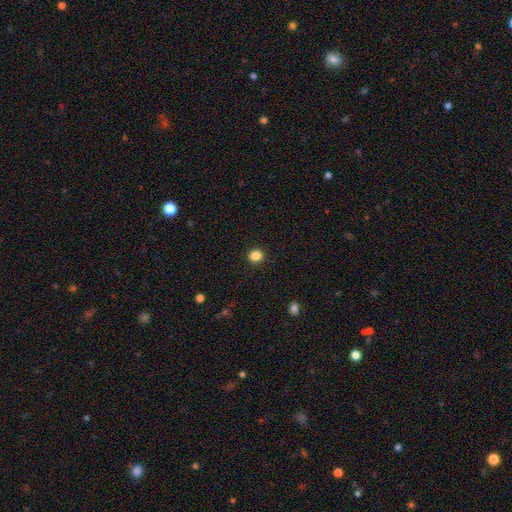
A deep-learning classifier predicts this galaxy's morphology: Smooth or featured: smooth — 86% (star or artifact — 11%)
How rounded: round — 74% (in between — 25%)
Merging: none — 91% (minor disturbance — 6%)